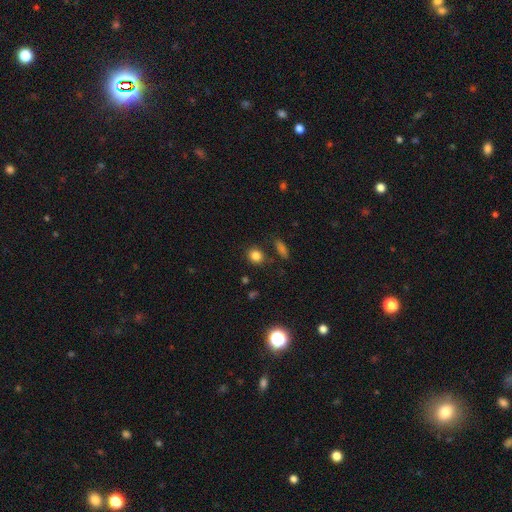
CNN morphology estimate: This is clearly a smooth galaxy (83%). How rounded: likely round (72%). Merging: likely none (80%).